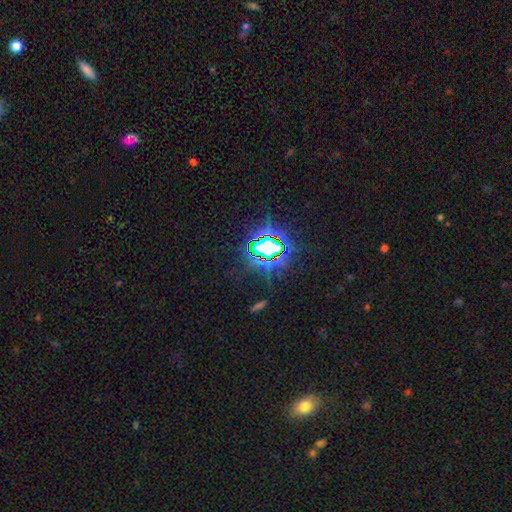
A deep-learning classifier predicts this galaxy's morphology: Q: Smooth or featured?
A: star or artifact (79%); runner-up: smooth (12%)